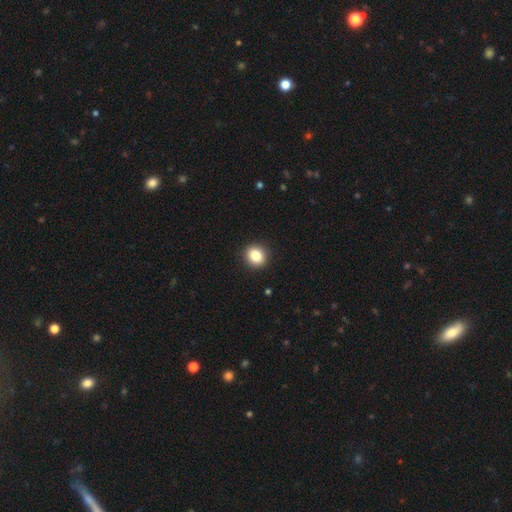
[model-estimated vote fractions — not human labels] Smooth or featured?
  - smooth: 85% *
  - star or artifact: 10%
  - featured or disk: 6%
How rounded?
  - round: 83% *
  - in between: 16%
  - cigar-shaped: 1%
Merging?
  - none: 92% *
  - minor disturbance: 5%
  - major disturbance: 2%
  - merger: 1%